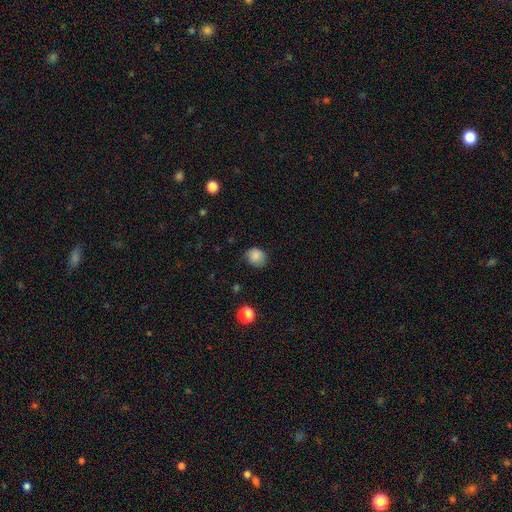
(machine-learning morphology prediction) This appears to be a smooth galaxy with no disk features (84%) that is round (74%). Merging: none (72%).